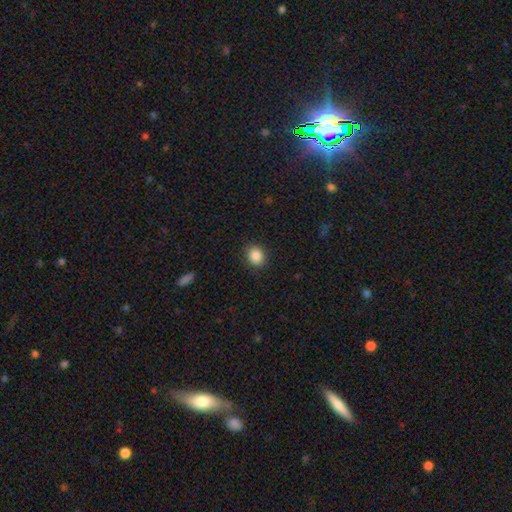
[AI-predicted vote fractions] A smooth galaxy with no disk features (87%) that is round (59%).

Vote fractions:
- Smooth or featured? smooth: 87% / star or artifact: 9% / featured or disk: 4%
- How rounded? round: 59% / in between: 40% / cigar-shaped: 1%
- Merging? none: 90% / minor disturbance: 7% / major disturbance: 2% / merger: 1%